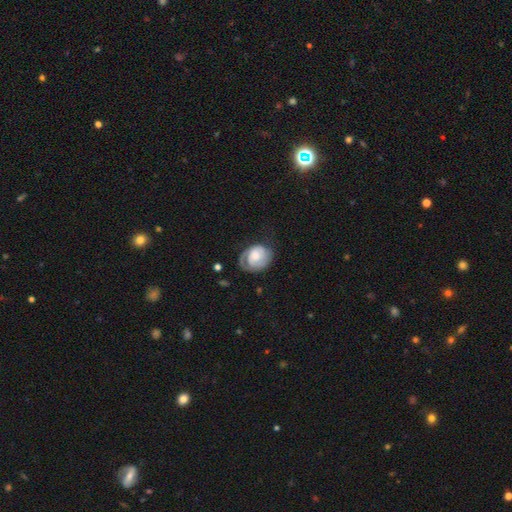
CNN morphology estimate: A featured or disk galaxy (64%) with no bar (72%), 1 (50%) tight (60%) spiral arms (86%) and a moderate central bulge (40%). Merging: none (53%).